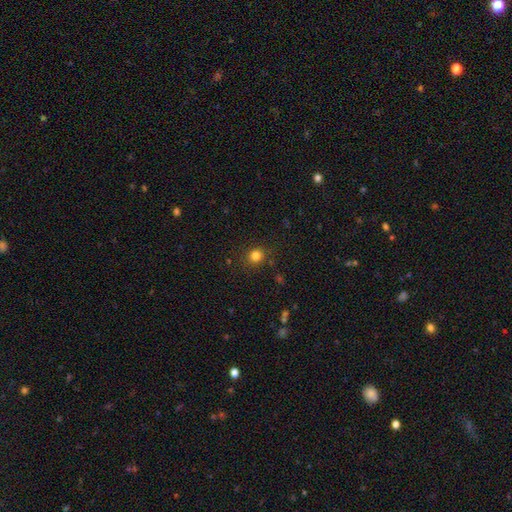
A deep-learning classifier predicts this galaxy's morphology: smooth 81%, star or artifact 14%, featured or disk 6%. Down the decision tree: how rounded — round (81%); merging — none (86%).